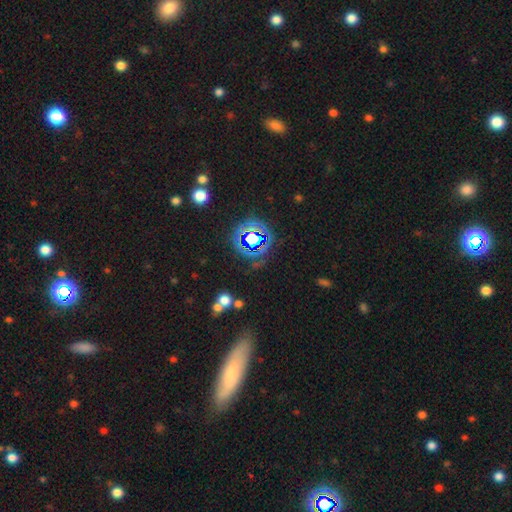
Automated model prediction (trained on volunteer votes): star or artifact 57%, smooth 28%, featured or disk 15%.